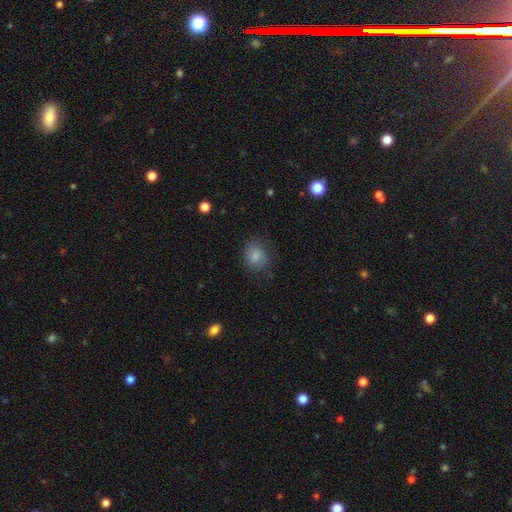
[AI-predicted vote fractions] Morphology: type=smooth (82%); roundness=round (64%); merging=none (76%).